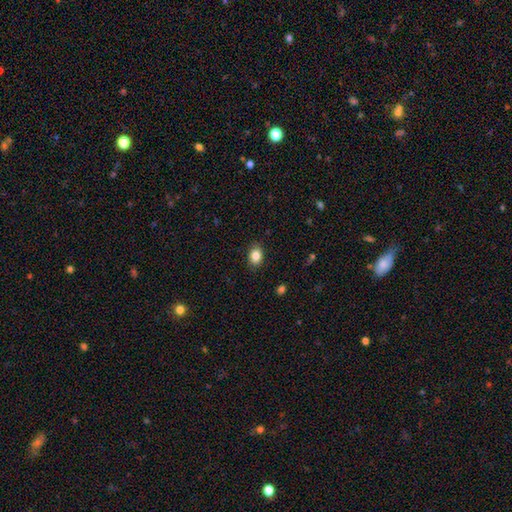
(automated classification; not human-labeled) The model was most divided on "how rounded": in between: 70%, round: 29%, cigar-shaped: 1%. More confident: merging — none (88%); smooth or featured — smooth (85%).